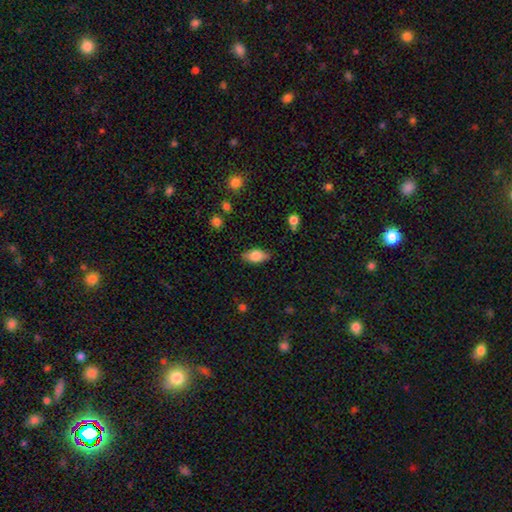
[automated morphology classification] Smooth or featured?
  - smooth: 79% *
  - featured or disk: 14%
  - star or artifact: 7%
How rounded?
  - in between: 89% *
  - cigar-shaped: 7%
  - round: 4%
Merging?
  - none: 83% *
  - minor disturbance: 13%
  - major disturbance: 3%
  - merger: 1%